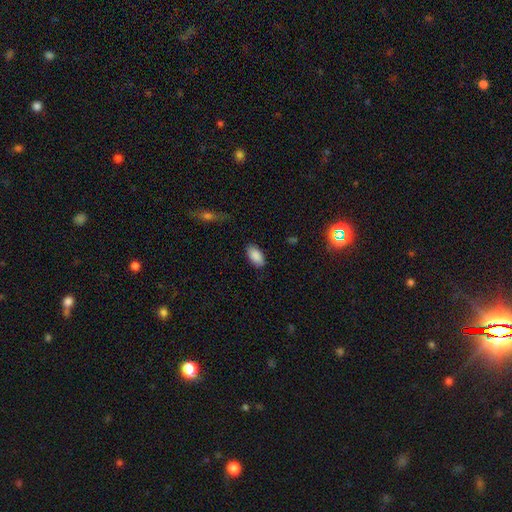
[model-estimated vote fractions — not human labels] This is clearly a smooth galaxy (88%). How rounded: clearly in between (94%). Merging: clearly none (85%).